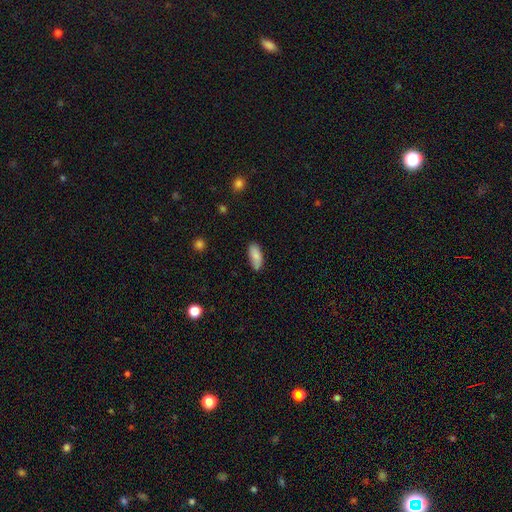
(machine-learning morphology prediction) Smooth or featured: smooth — 84% (featured or disk — 9%)
How rounded: in between — 83% (cigar-shaped — 15%)
Merging: none — 78% (minor disturbance — 17%)